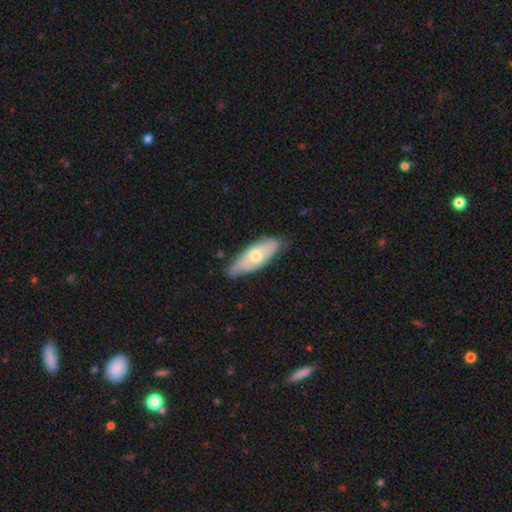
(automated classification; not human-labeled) Q: Smooth or featured?
A: featured or disk (49%); runner-up: smooth (45%)
Q: Merging?
A: none (65%); runner-up: minor disturbance (28%)